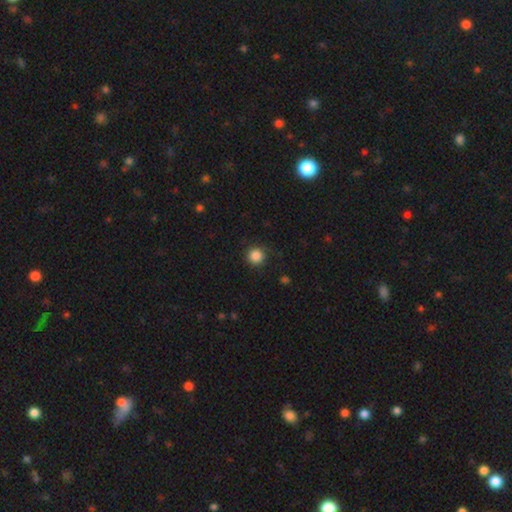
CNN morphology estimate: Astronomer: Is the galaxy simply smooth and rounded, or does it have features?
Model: smooth — 86%.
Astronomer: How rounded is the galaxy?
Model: round — 95%.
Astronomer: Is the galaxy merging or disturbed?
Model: none — 89%.